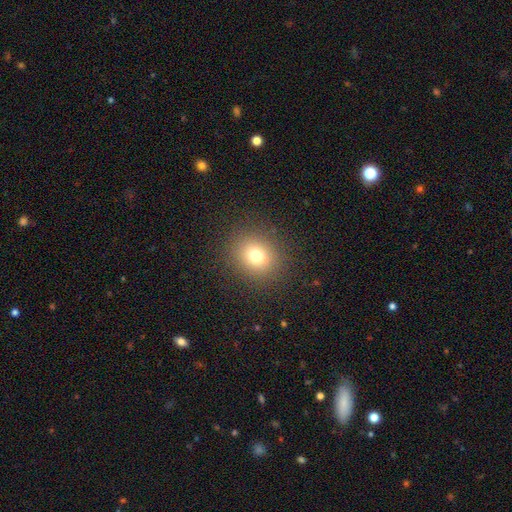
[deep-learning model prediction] smooth-or-featured: smooth: 74% | star or artifact: 16% | featured or disk: 10%
  how-rounded: round: 80% | in between: 19% | cigar-shaped: 1%
  merging: none: 88% | minor disturbance: 7% | major disturbance: 4% | merger: 1%